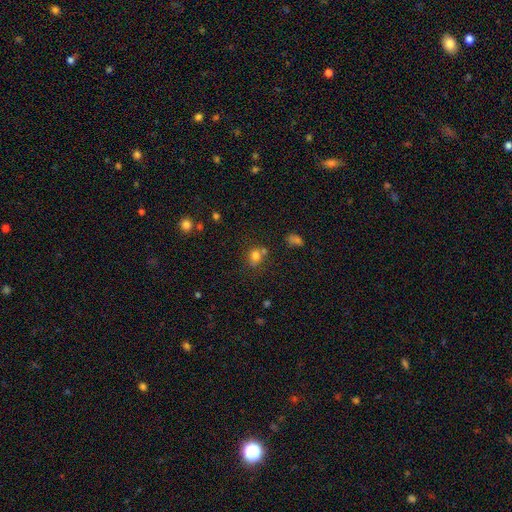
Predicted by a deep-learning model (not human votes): This is likely a smooth galaxy (76%). How rounded: likely round (61%). Merging: possibly none (55%).